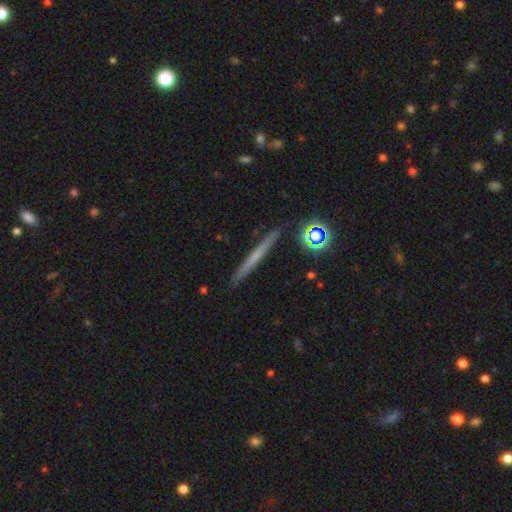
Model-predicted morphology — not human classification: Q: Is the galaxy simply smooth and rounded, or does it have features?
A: featured or disk — 49%.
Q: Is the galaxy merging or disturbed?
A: none — 91%.